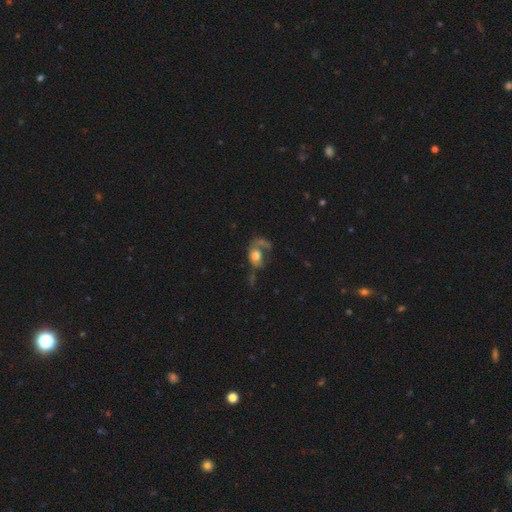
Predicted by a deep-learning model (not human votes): Smooth or featured: smooth — 54% (featured or disk — 35%)
How rounded: in between — 63% (round — 35%)
Merging: major disturbance — 42% (none — 24%)